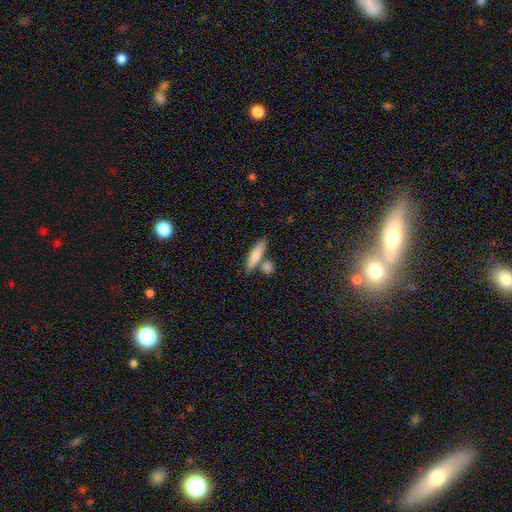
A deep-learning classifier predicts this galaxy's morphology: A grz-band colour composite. It shows a smooth galaxy with no disk features (74%) that is cigar-shaped (70%). Merging: none (68%).